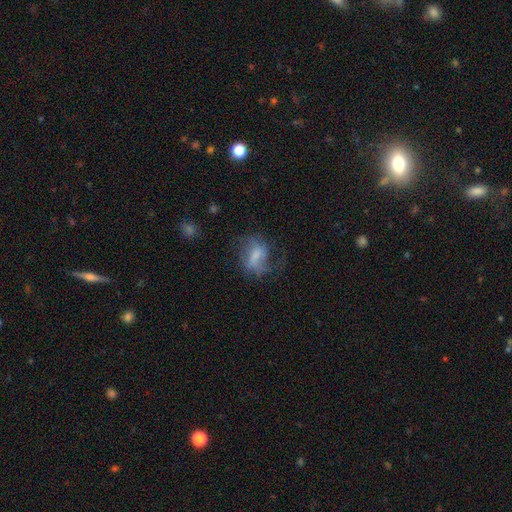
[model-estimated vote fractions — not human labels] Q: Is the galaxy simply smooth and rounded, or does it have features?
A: featured or disk — 46%.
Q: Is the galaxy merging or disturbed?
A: none — 40%.